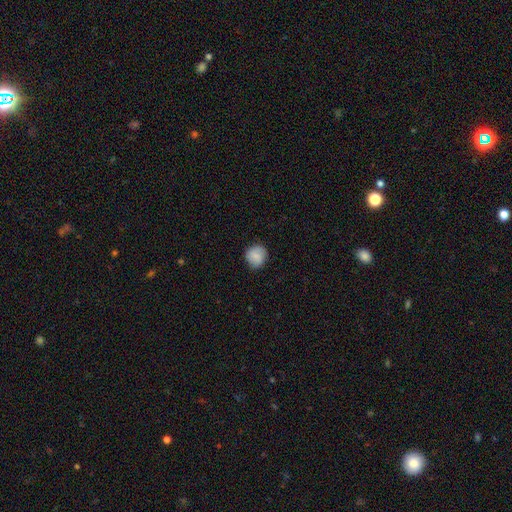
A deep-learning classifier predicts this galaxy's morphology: Smooth or featured?
  - smooth: 80% *
  - featured or disk: 13%
  - star or artifact: 8%
How rounded?
  - round: 84% *
  - in between: 15%
  - cigar-shaped: 1%
Merging?
  - none: 81% *
  - minor disturbance: 15%
  - major disturbance: 3%
  - merger: 1%